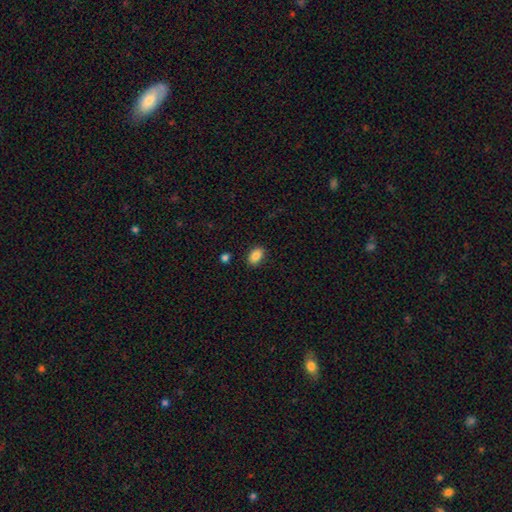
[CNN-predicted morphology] smooth-or-featured: smooth: 86% | star or artifact: 8% | featured or disk: 5%
  how-rounded: in between: 87% | round: 11% | cigar-shaped: 2%
  merging: none: 87% | minor disturbance: 9% | major disturbance: 2% | merger: 2%